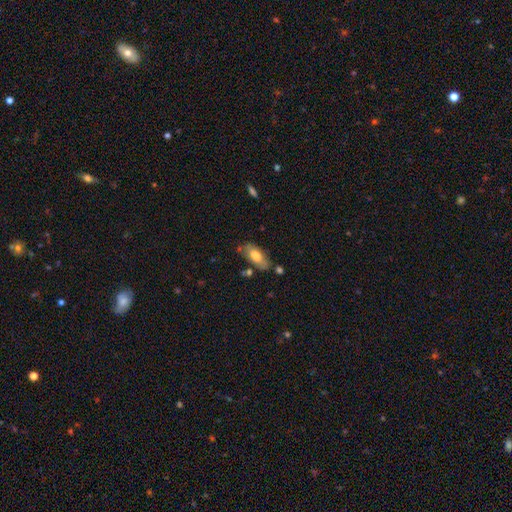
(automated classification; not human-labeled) Q: Smooth or featured?
A: smooth (67%); runner-up: featured or disk (27%)
Q: How rounded?
A: in between (85%); runner-up: cigar-shaped (12%)
Q: Merging?
A: none (67%); runner-up: minor disturbance (21%)